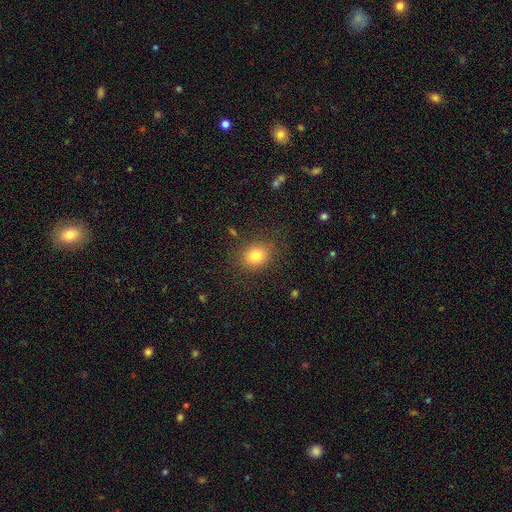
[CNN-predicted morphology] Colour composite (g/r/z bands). It shows a smooth galaxy with no disk features (80%) that is round (59%). Merging: none (83%).